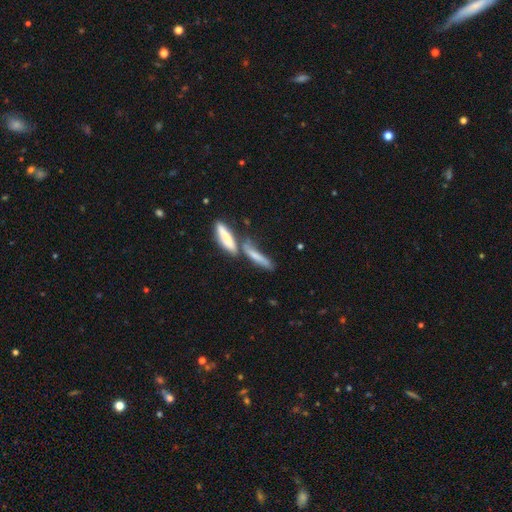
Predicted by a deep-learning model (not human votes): This appears to be a smooth galaxy with no disk features (65%) that is cigar-shaped (77%). Merging: merger (47%).